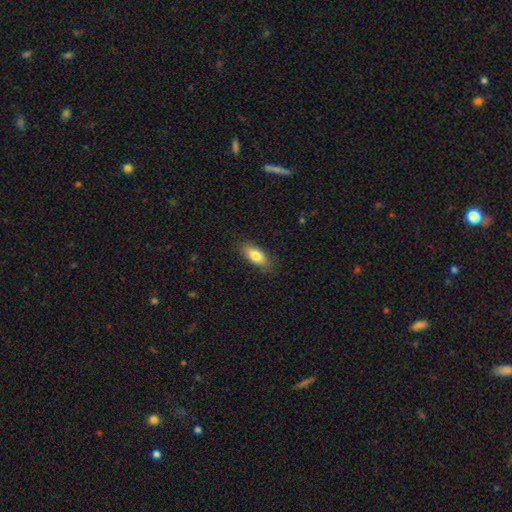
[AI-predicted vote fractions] A smooth galaxy with no disk features (79%) that is in between round and cigar-shaped (80%). Merging: none (83%).